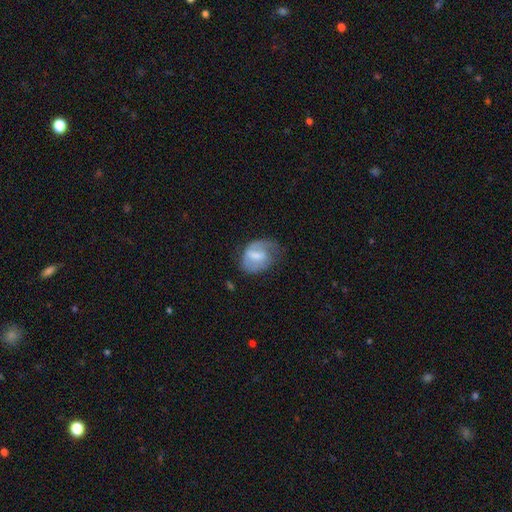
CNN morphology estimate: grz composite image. It shows a featured or disk galaxy (50%). Merging: none (42%).